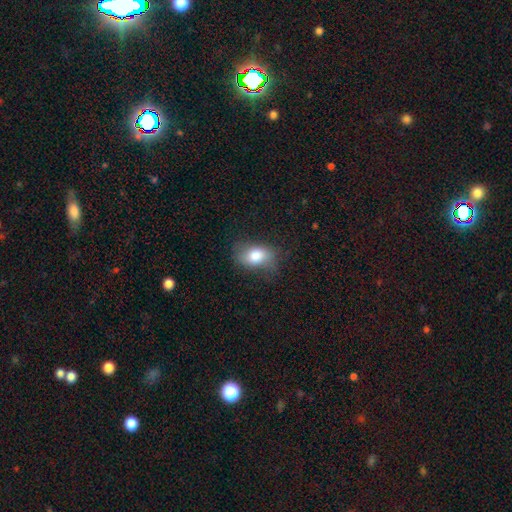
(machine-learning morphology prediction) smooth 76%, featured or disk 16%, star or artifact 8%. Down the decision tree: how rounded — in between (83%); merging — none (64%).